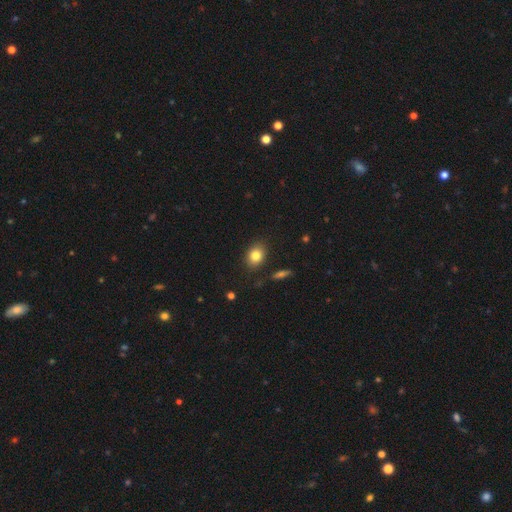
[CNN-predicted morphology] The model was most divided on "how rounded": in between: 58%, round: 41%, cigar-shaped: 1%. More confident: merging — none (85%); smooth or featured — smooth (82%).